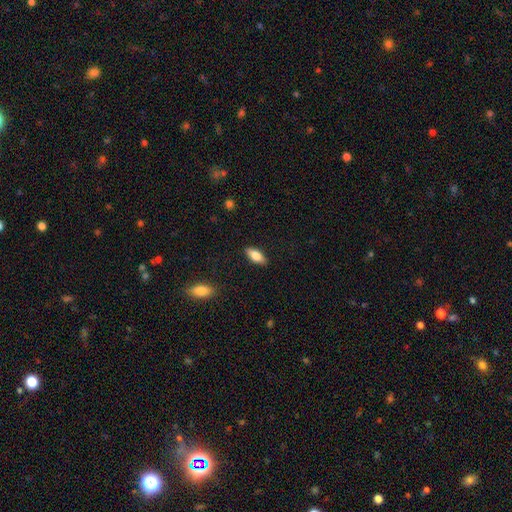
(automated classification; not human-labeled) Smooth or featured? smooth (78%)
How rounded? in between (84%)
Merging? none (88%)